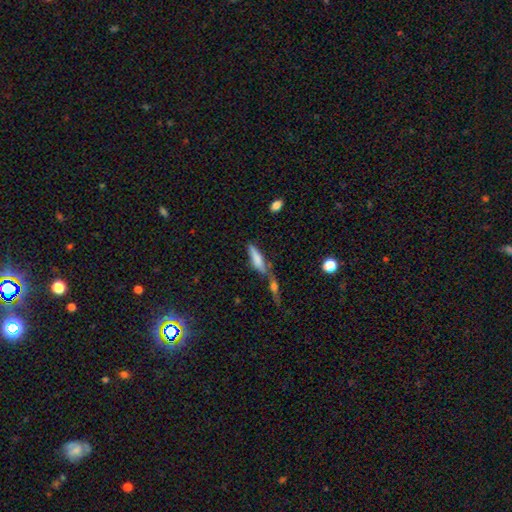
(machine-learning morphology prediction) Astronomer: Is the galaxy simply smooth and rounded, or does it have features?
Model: smooth — 63%.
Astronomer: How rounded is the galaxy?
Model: cigar-shaped — 66%.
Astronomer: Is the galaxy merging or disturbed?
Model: merger — 41% (runner-up: none, 38%).